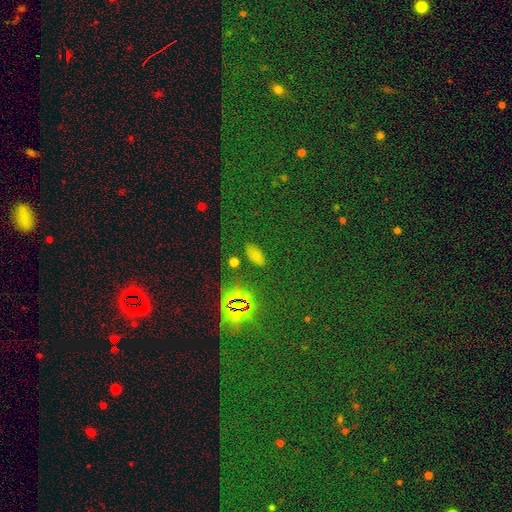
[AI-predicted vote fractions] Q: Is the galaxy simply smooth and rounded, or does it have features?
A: smooth — 61%.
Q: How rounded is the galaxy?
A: in between — 86%.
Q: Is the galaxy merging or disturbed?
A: none — 82%.